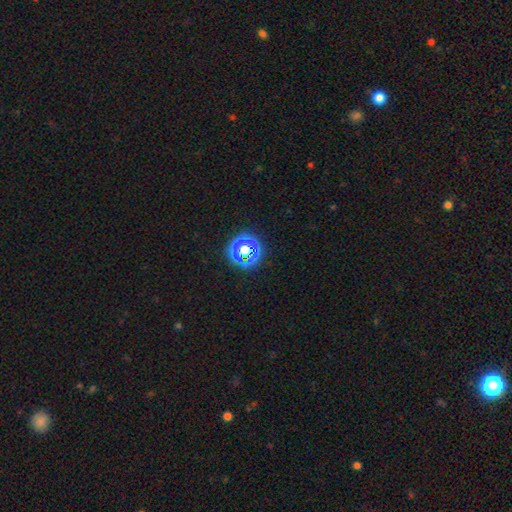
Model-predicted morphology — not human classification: Smooth or featured: star or artifact — 65% (smooth — 29%)